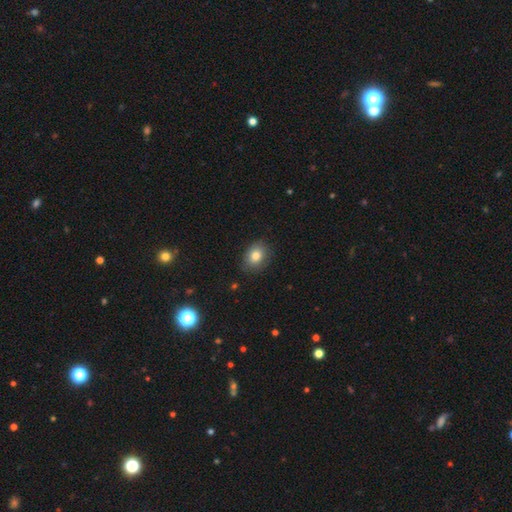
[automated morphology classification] The model was most divided on "how rounded": in between: 63%, round: 36%, cigar-shaped: 1%. More confident: merging — none (83%); smooth or featured — smooth (81%).